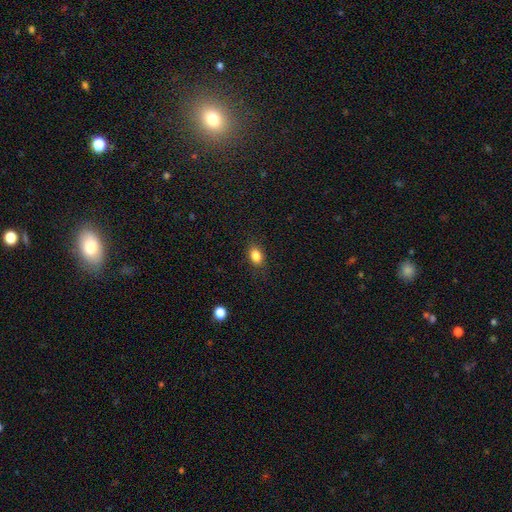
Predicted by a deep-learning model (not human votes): Morphology: type=smooth (85%); roundness=in between (76%); merging=none (85%).